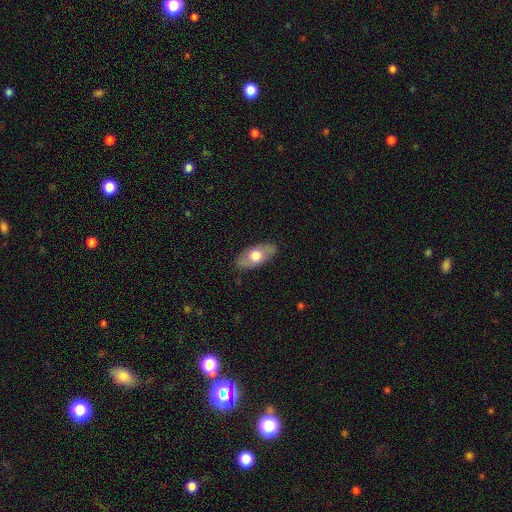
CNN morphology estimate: smooth_or_featured: smooth (p=0.59) [alt: featured or disk p=0.36]
how_rounded: in between (p=0.88) [alt: cigar-shaped p=0.07]
merging: none (p=0.85) [alt: minor disturbance p=0.11]